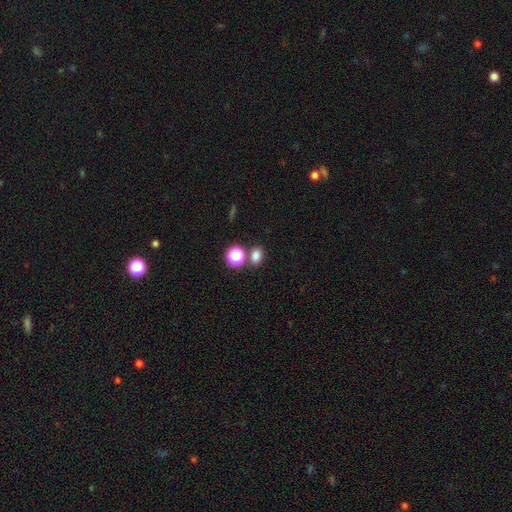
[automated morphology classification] Overall: smooth (78%). How rounded: in between (61%; round 38%). Merging: none (72%).